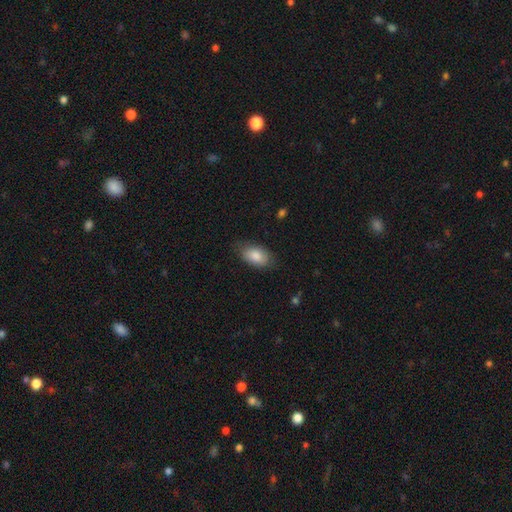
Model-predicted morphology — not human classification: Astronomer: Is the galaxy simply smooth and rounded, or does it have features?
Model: smooth — 86%.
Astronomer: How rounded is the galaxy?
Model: in between — 93%.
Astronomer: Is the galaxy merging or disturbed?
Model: none — 75%.